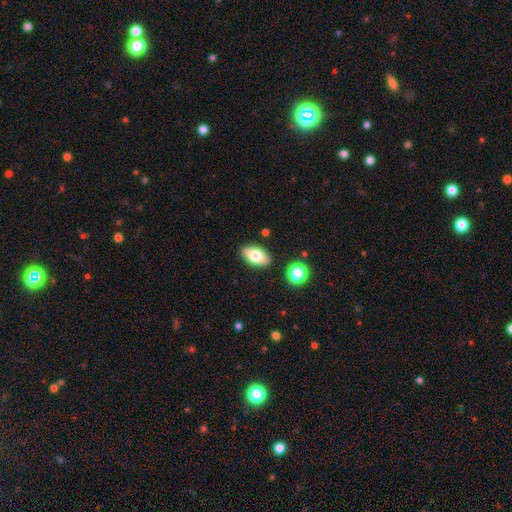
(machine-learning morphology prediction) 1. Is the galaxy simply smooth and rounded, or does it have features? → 73% smooth, 19% featured or disk, 9% star or artifact.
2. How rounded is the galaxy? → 90% in between, 7% round, 3% cigar-shaped.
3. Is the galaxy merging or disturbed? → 86% none, 9% minor disturbance, 3% merger, 2% major disturbance.